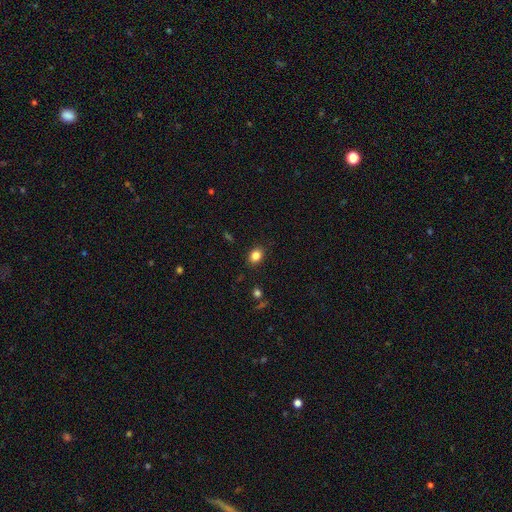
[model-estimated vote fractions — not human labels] Smooth or featured? smooth (84%)
How rounded? in between (56%)
Merging? none (86%)